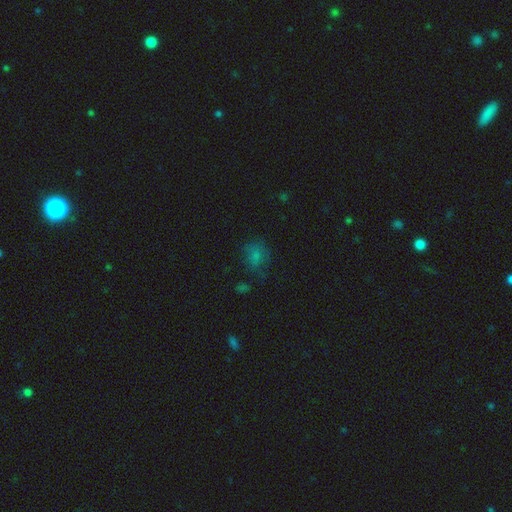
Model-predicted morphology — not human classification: A smooth galaxy with no disk features (67%) that is round (53%).

Vote fractions:
- Smooth or featured? smooth: 67% / star or artifact: 20% / featured or disk: 12%
- How rounded? round: 53% / in between: 45% / cigar-shaped: 1%
- Merging? none: 56% / minor disturbance: 25% / major disturbance: 16% / merger: 4%